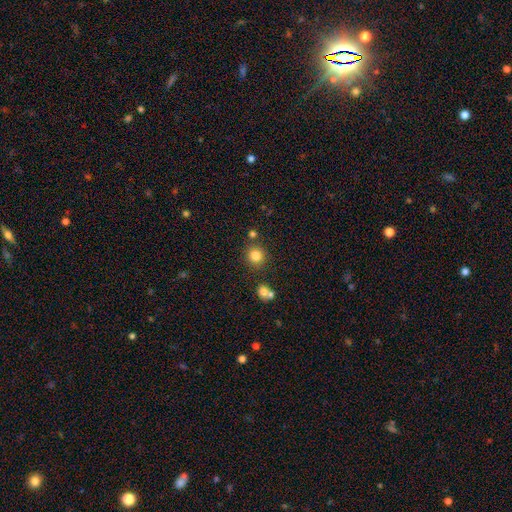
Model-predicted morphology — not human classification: smooth_or_featured: smooth (p=0.82) [alt: star or artifact p=0.12]
how_rounded: round (p=0.90) [alt: in between p=0.09]
merging: none (p=0.81) [alt: minor disturbance p=0.08]